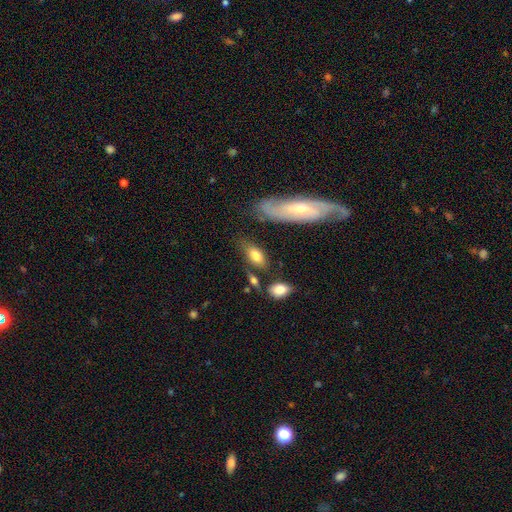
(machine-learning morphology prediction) This is likely a smooth galaxy (75%). How rounded: clearly in between (86%). Merging: possibly none (59%).